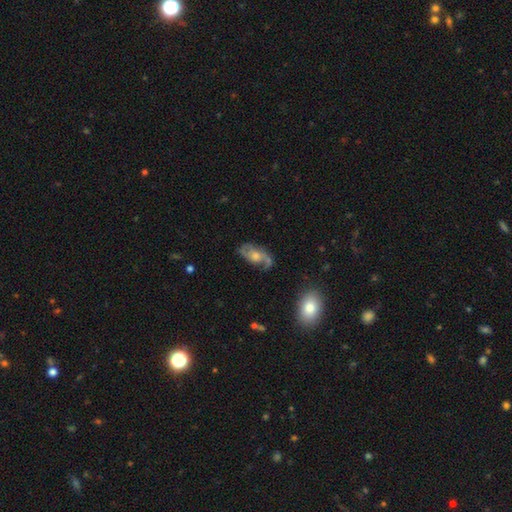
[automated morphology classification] smooth-or-featured: featured or disk: 70% | smooth: 21% | star or artifact: 9%
  disk-edge-on: no: 93% | yes: 7%
    bar: no: 69% | weak: 26% | strong: 5%
    has-spiral-arms: yes: 85% | no: 15%
      spiral-winding: medium: 44% | loose: 36% | tight: 21%
      spiral-arm-count: 2: 77% | can't tell: 12% | 1: 5% | 3: 4% | 4: 1% | more than 4: 1%
    bulge-size: moderate: 56% | small: 31% | large: 7% | none: 4% | dominant: 2%
  merging: none: 63% | minor disturbance: 21% | major disturbance: 11% | merger: 5%